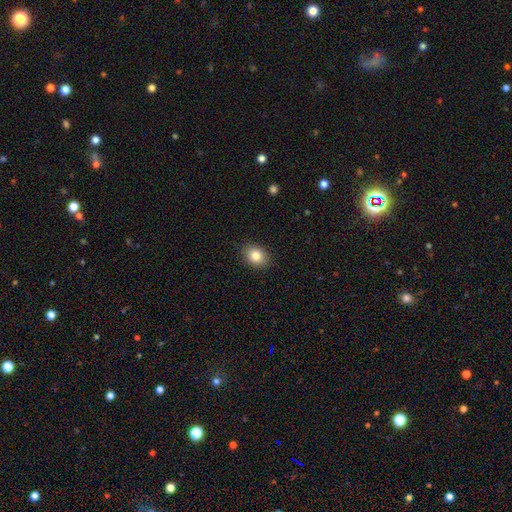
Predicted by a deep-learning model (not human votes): Smooth or featured? smooth (84%)
How rounded? in between (59%)
Merging? none (88%)